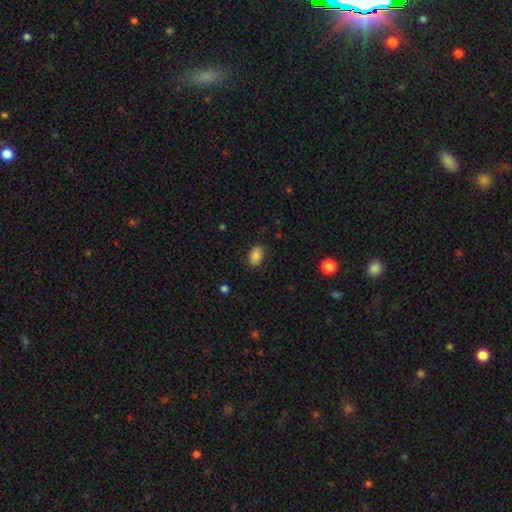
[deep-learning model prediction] A smooth galaxy with no disk features (84%) that is in between round and cigar-shaped (88%).

Vote fractions:
- Smooth or featured? smooth: 84% / star or artifact: 8% / featured or disk: 7%
- How rounded? in between: 88% / round: 11% / cigar-shaped: 2%
- Merging? none: 84% / minor disturbance: 12% / major disturbance: 3% / merger: 1%